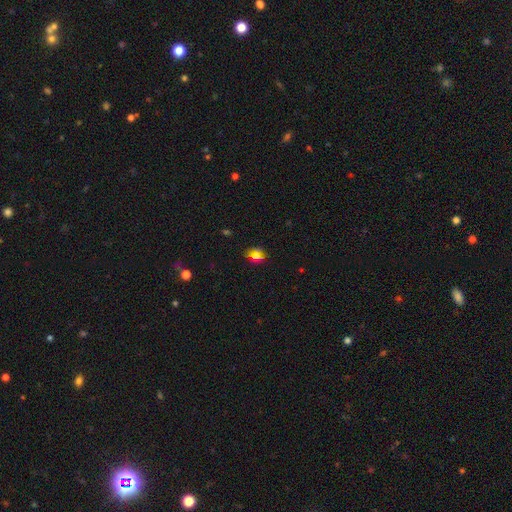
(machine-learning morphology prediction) This is possibly a smooth galaxy (56%). How rounded: likely round (72%). Merging: likely none (80%).